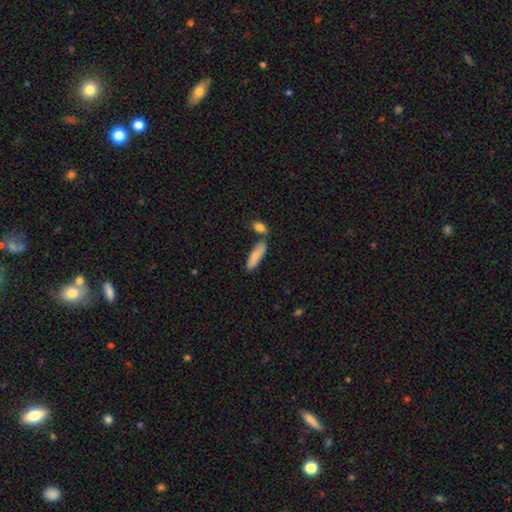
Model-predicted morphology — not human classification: type=smooth (82%); roundness=cigar-shaped (58%); merging=none (67%).